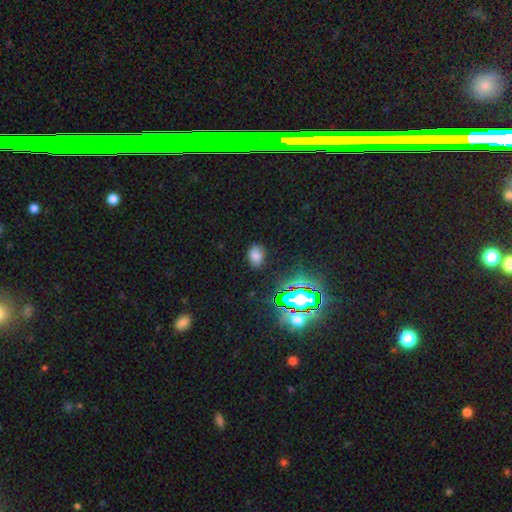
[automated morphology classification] Overall: smooth (71%). How rounded: in between (73%). Merging: none (81%).